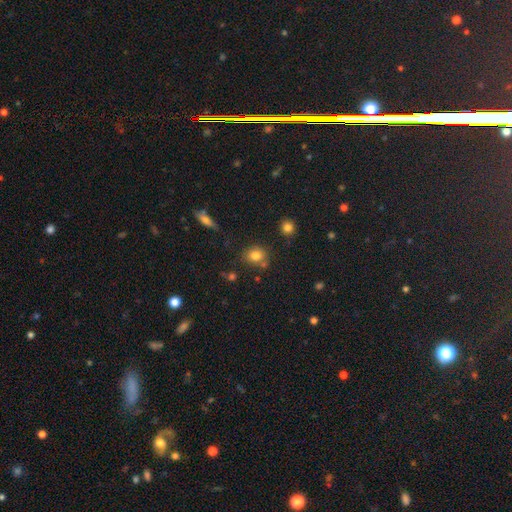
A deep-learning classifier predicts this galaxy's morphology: Smooth or featured? smooth (79%)
How rounded? round (71%)
Merging? none (73%)